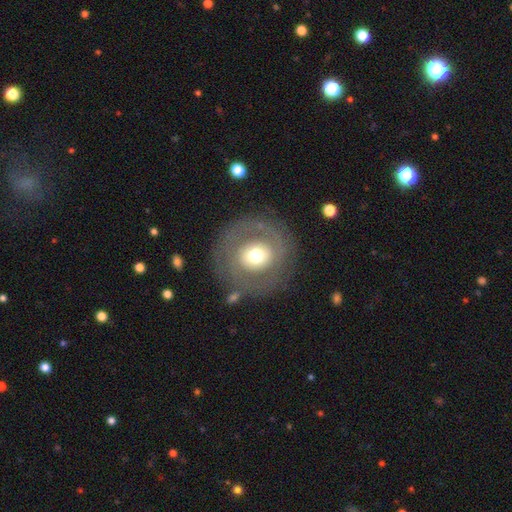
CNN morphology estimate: This is possibly a smooth galaxy (48%). Merging: likely none (79%).